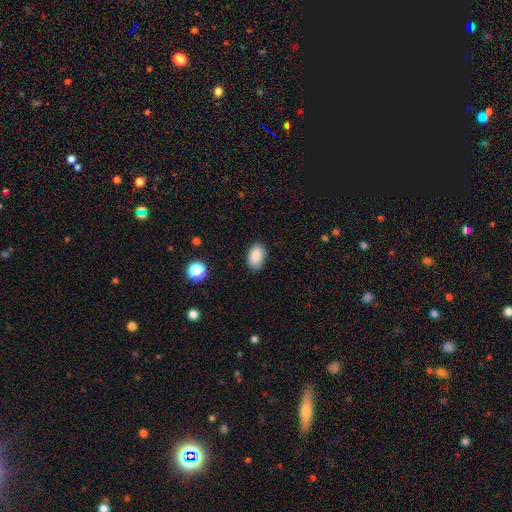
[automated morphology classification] Smooth or featured?
  - smooth: 88% *
  - star or artifact: 8%
  - featured or disk: 4%
How rounded?
  - in between: 90% *
  - round: 9%
  - cigar-shaped: 1%
Merging?
  - none: 83% *
  - minor disturbance: 13%
  - major disturbance: 3%
  - merger: 1%